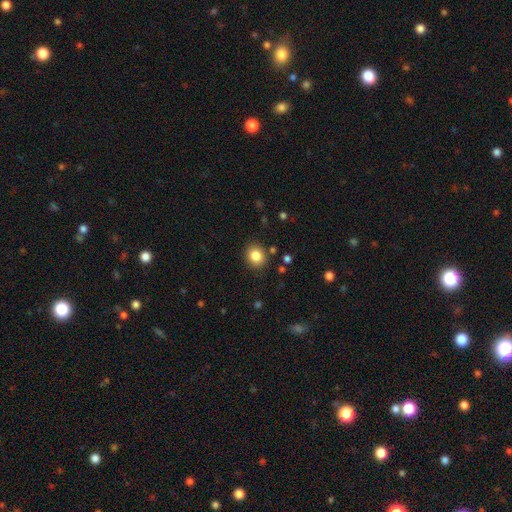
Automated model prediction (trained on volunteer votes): smooth_or_featured: smooth (p=0.84) [alt: star or artifact p=0.10]
how_rounded: round (p=0.72) [alt: in between p=0.27]
merging: none (p=0.88) [alt: minor disturbance p=0.08]